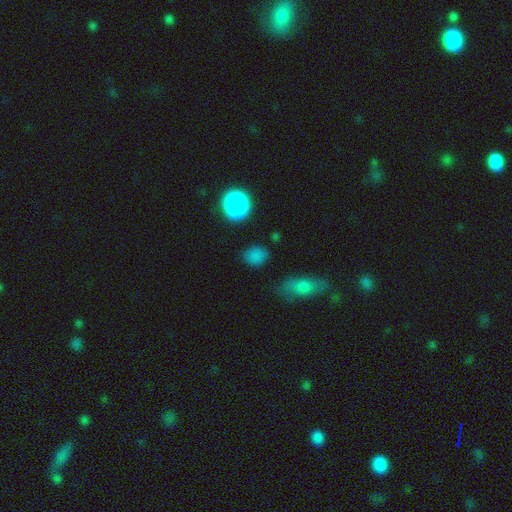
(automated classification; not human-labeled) This is likely a smooth galaxy (80%). How rounded: possibly round (58%). Merging: likely none (80%).